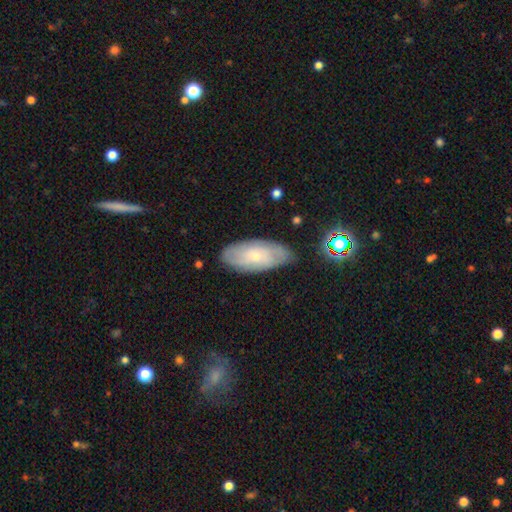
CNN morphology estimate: A smooth galaxy with no disk features (48%).

Vote fractions:
- Smooth or featured? smooth: 48% / featured or disk: 44% / star or artifact: 8%
- Merging? none: 77% / minor disturbance: 18% / major disturbance: 4% / merger: 2%